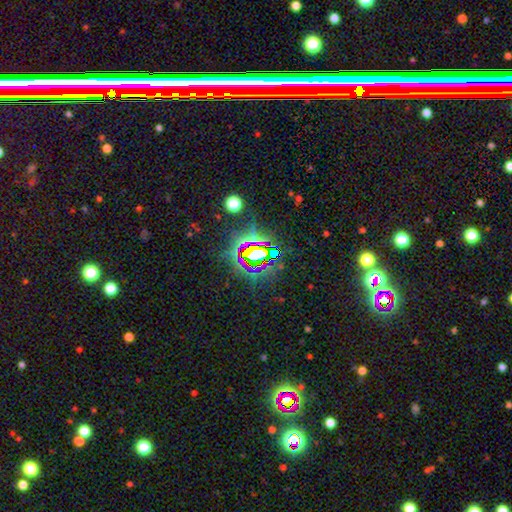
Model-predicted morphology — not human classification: smooth-or-featured: star or artifact: 76% | smooth: 13% | featured or disk: 11%